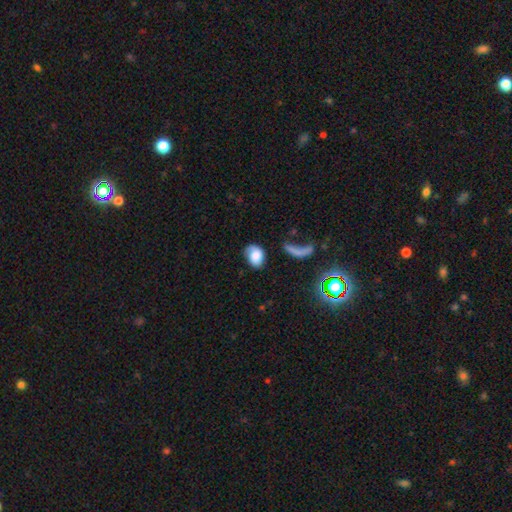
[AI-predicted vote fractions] Smooth or featured?
  - smooth: 70% *
  - featured or disk: 21%
  - star or artifact: 9%
How rounded?
  - in between: 74% *
  - round: 25%
  - cigar-shaped: 1%
Merging?
  - none: 51% *
  - minor disturbance: 27%
  - major disturbance: 16%
  - merger: 7%